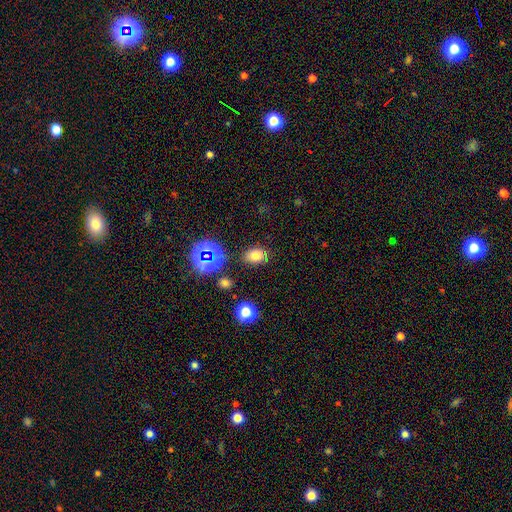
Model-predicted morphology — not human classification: A smooth galaxy with no disk features (69%) that is in between round and cigar-shaped (68%). Merging: none (78%).